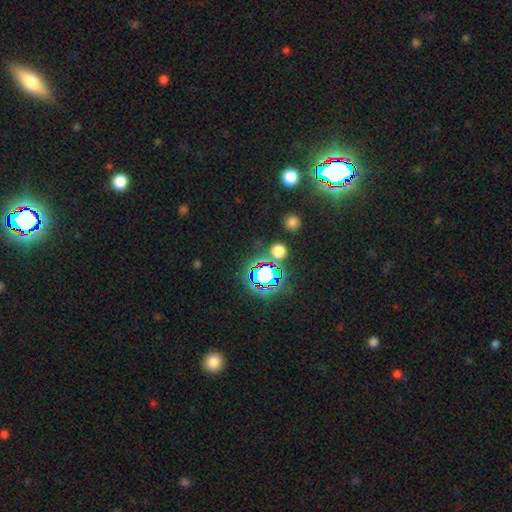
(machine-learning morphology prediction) Smooth or featured? Predicted: star or artifact (p=0.81).